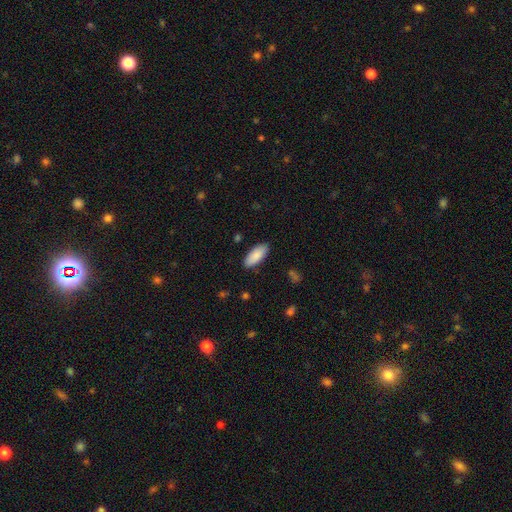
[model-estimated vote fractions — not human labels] Overall: smooth (89%). How rounded: in between (85%). Merging: none (88%).